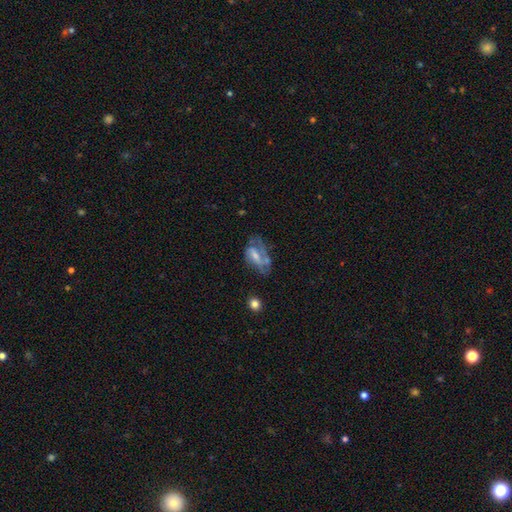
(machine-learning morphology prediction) Smooth or featured?
  - featured or disk: 59% *
  - smooth: 33%
  - star or artifact: 8%
Edge-on disk?
  - no: 94% *
  - yes: 6%
Bar?
  - weak: 43% *
  - no: 37%
  - strong: 21%
Spiral arms?
  - yes: 66% *
  - no: 34%
Bulge size?
  - small: 42% *
  - moderate: 38%
  - none: 13%
  - large: 5%
  - dominant: 1%
Merging?
  - none: 36% *
  - major disturbance: 29%
  - minor disturbance: 27%
  - merger: 9%